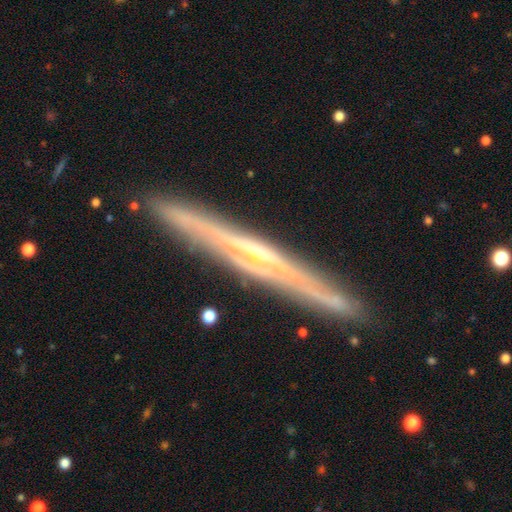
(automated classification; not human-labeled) Smooth or featured: featured or disk — 83% (smooth — 12%)
Edge-on disk: yes — 97% (no — 3%)
Edge-on bulge: rounded — 67% (none — 27%)
Merging: none — 91% (minor disturbance — 7%)